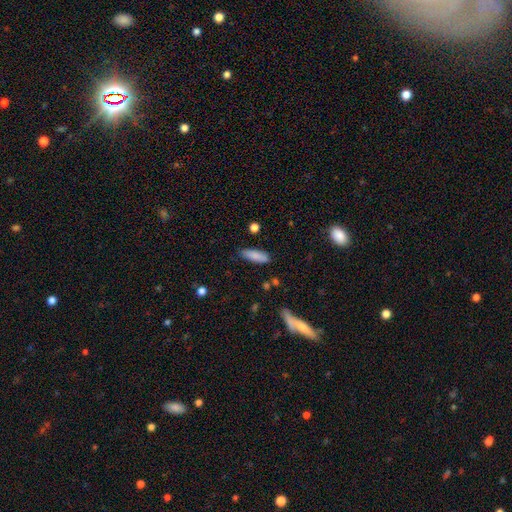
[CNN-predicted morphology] The model was most divided on "how rounded": in between: 60%, cigar-shaped: 38%, round: 2%. More confident: smooth or featured — smooth (85%); merging — none (83%).